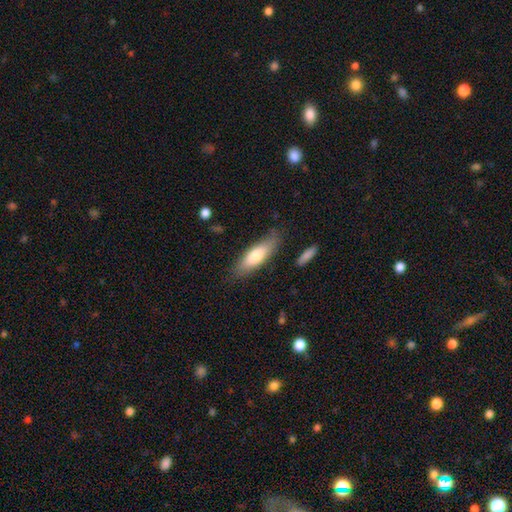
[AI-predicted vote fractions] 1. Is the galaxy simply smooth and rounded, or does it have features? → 74% smooth, 21% featured or disk, 6% star or artifact.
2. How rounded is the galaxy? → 50% cigar-shaped, 48% in between, 2% round.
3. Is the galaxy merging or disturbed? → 78% none, 16% minor disturbance, 4% major disturbance, 2% merger.